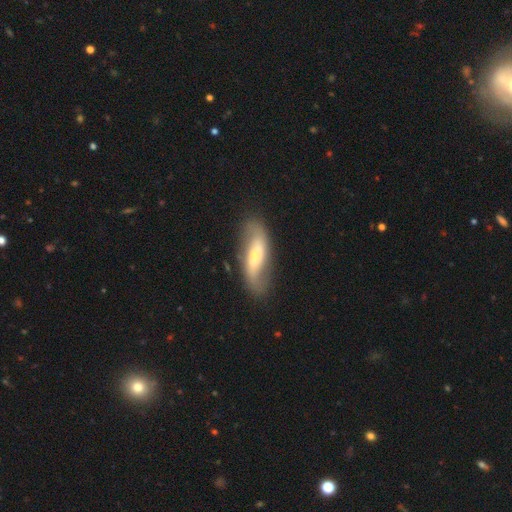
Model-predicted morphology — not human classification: Smooth or featured? Predicted: featured or disk (p=0.65). Edge-on disk? Predicted: no (p=0.85). Bar? Predicted: strong (p=0.35, tied with weak). Spiral arms? Predicted: yes (p=0.84). Bulge size? Predicted: small (p=0.53). Merging? Predicted: none (p=0.73).